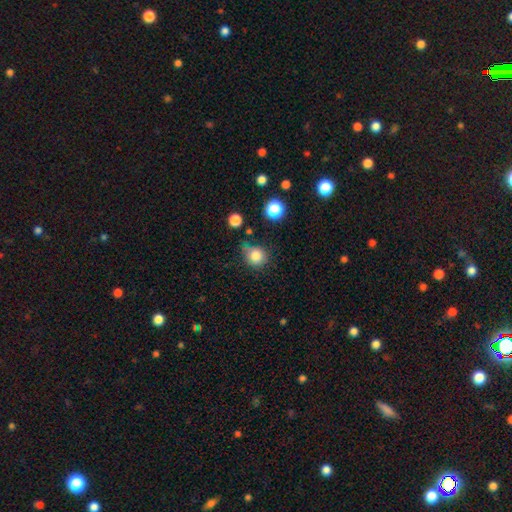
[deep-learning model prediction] Smooth or featured? smooth (81%)
How rounded? round (86%)
Merging? none (71%)